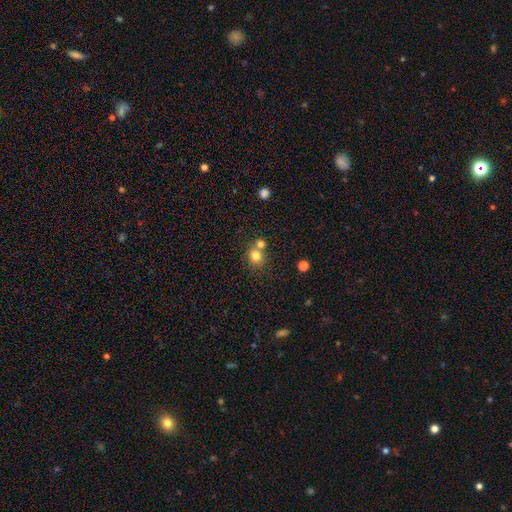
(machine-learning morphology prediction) Q: Smooth or featured?
A: smooth (78%); runner-up: star or artifact (12%)
Q: How rounded?
A: round (78%); runner-up: in between (21%)
Q: Merging?
A: none (51%); runner-up: merger (38%)